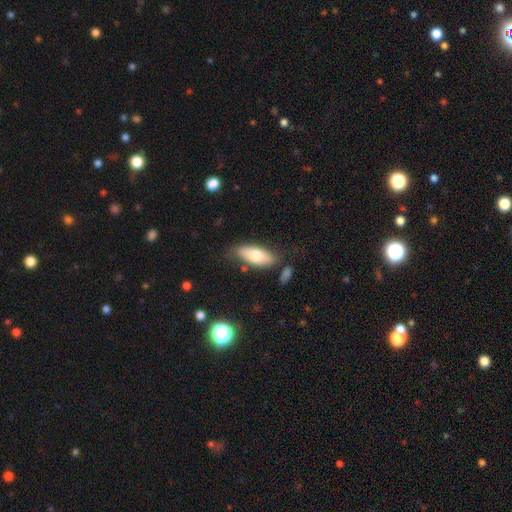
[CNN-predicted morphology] Smooth or featured: smooth — 68% (featured or disk — 26%)
How rounded: in between — 81% (cigar-shaped — 16%)
Merging: none — 73% (minor disturbance — 17%)